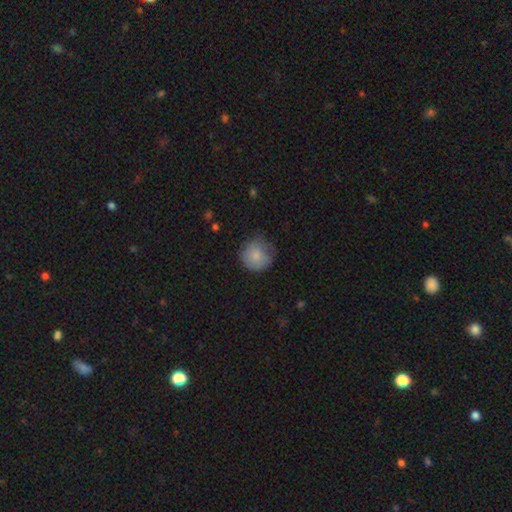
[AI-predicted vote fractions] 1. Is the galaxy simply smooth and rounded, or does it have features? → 81% smooth, 12% featured or disk, 7% star or artifact.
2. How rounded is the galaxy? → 91% round, 8% in between, 1% cigar-shaped.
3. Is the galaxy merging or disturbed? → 62% none, 28% minor disturbance, 9% major disturbance, 1% merger.